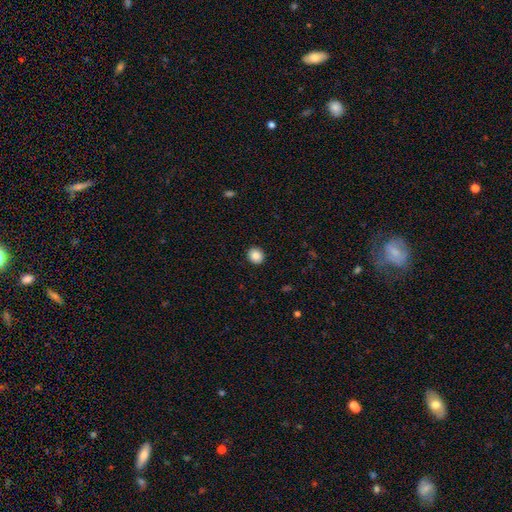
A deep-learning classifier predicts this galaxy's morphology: Smooth or featured: smooth — 86% (star or artifact — 9%)
How rounded: round — 77% (in between — 22%)
Merging: none — 92% (minor disturbance — 6%)